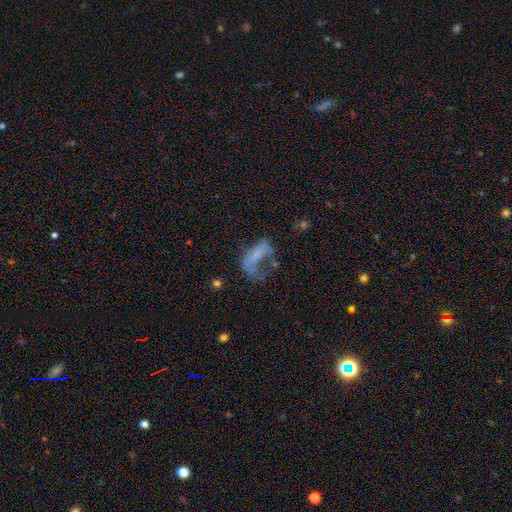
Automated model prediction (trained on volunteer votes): This is marginally a featured or disk galaxy (43%). Merging: possibly major disturbance (52%).